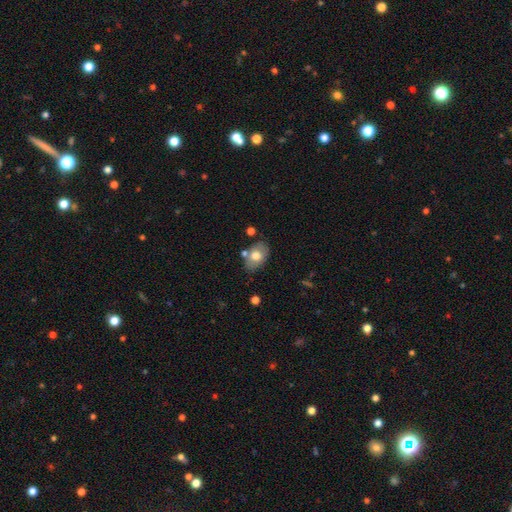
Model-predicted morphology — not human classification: Q: Smooth or featured?
A: smooth (70%); runner-up: featured or disk (23%)
Q: How rounded?
A: in between (82%); runner-up: round (17%)
Q: Merging?
A: none (70%); runner-up: minor disturbance (17%)